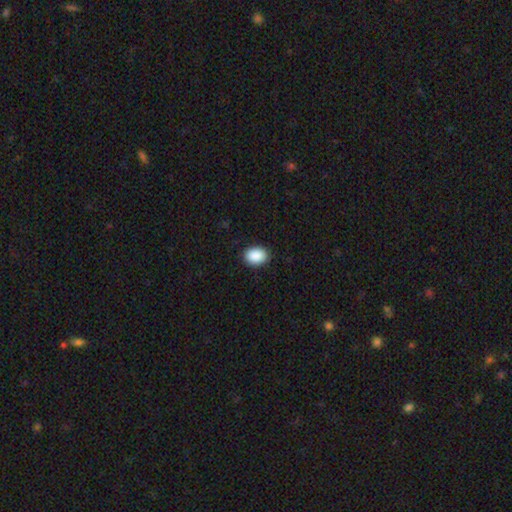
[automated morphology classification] A smooth galaxy with no disk features (90%) that is in between round and cigar-shaped (75%). Merging: none (89%).